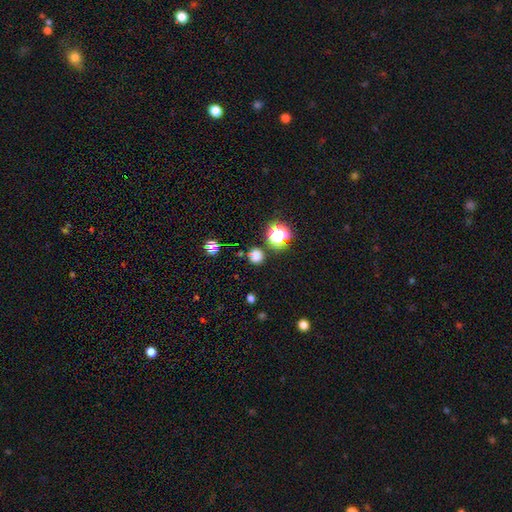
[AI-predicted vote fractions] smooth_or_featured: smooth (p=0.62) [alt: star or artifact p=0.32]
how_rounded: round (p=0.90) [alt: in between p=0.09]
merging: none (p=0.79) [alt: minor disturbance p=0.10]